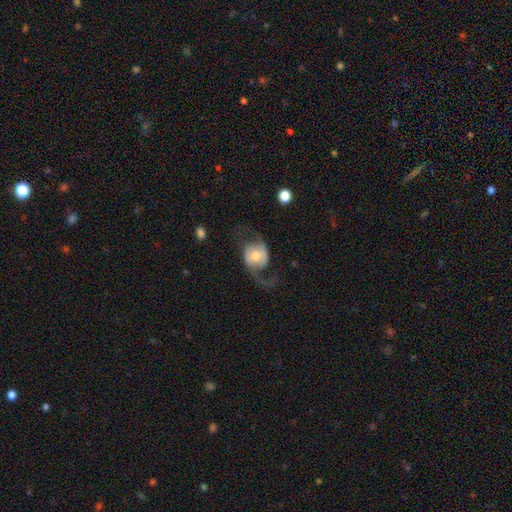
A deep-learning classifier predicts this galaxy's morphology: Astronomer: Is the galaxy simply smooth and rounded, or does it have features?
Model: featured or disk — 68%.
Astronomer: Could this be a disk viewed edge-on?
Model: no — 96%.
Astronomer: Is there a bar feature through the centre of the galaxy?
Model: no — 64%.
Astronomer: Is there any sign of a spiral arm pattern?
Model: yes — 86%.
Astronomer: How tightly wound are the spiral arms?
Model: loose — 66%.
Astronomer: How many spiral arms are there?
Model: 2 — 84%.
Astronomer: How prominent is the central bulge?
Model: moderate — 66%.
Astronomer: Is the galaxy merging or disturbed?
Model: none — 52% (runner-up: major disturbance, 29%).